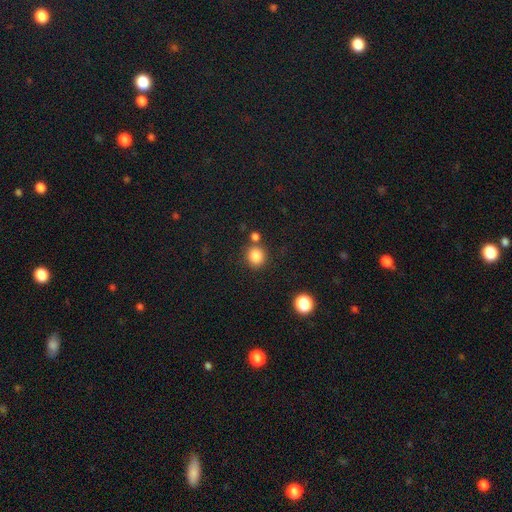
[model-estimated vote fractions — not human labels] A smooth galaxy with no disk features (85%) that is round (85%). Merging: none (76%).